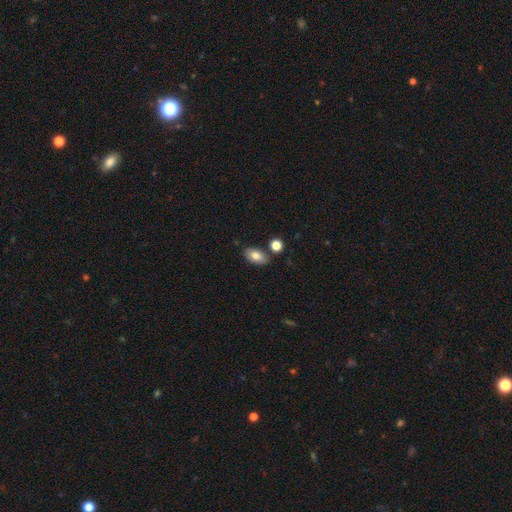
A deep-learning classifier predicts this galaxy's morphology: The model was most divided on "merging": none: 79%, minor disturbance: 11%, merger: 7%, major disturbance: 3%. More confident: how rounded — in between (91%); smooth or featured — smooth (81%).